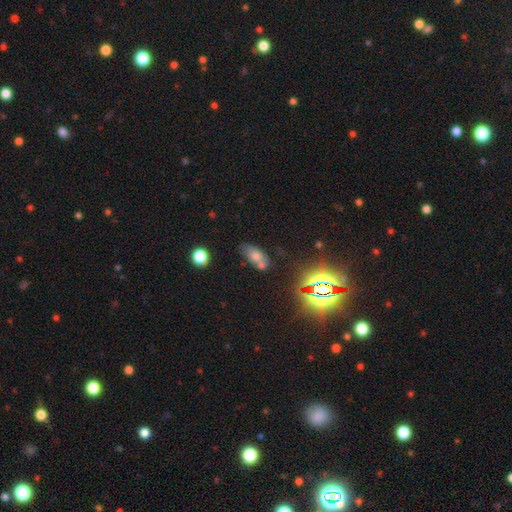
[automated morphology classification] Smooth or featured? Predicted: smooth (p=0.61). How rounded? Predicted: in between (p=0.84). Merging? Predicted: none (p=0.48).